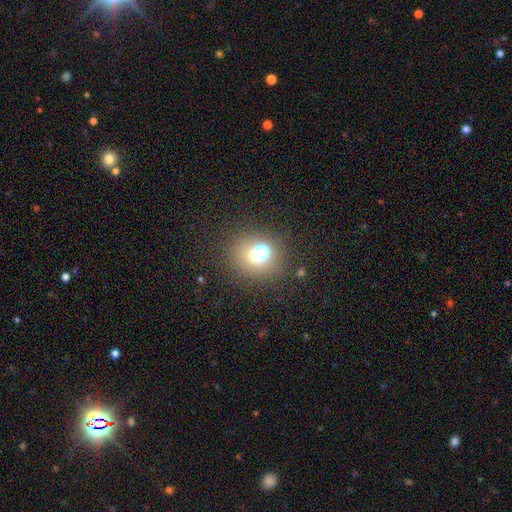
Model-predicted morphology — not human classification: This appears to be a smooth galaxy with no disk features (55%) that is round (75%). Merging: none (62%).